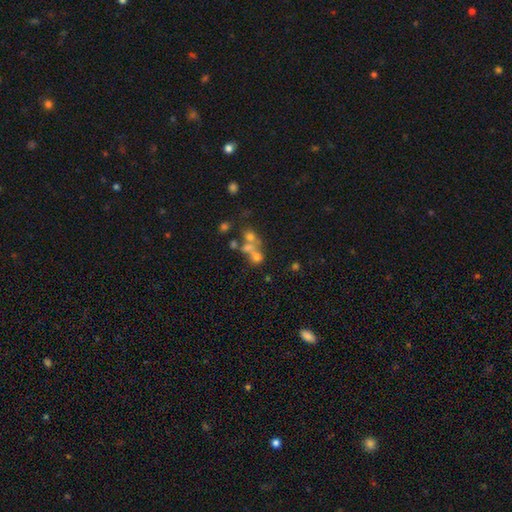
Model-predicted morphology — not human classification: Overall: smooth (43%; featured or disk 33%). Merging: merger (51%; none 31%).